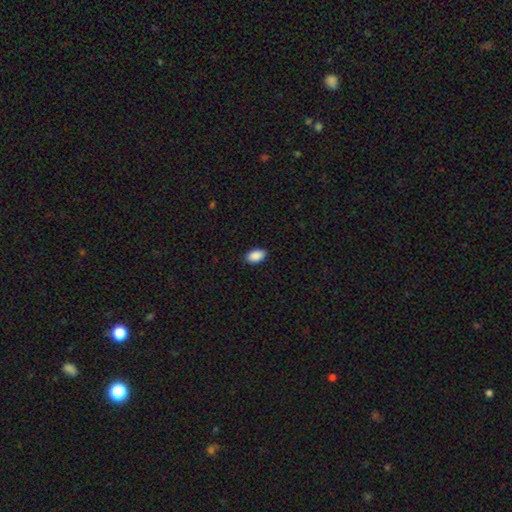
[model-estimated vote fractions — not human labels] This appears to be a smooth galaxy with no disk features (90%) that is in between round and cigar-shaped (94%). Merging: none (89%).